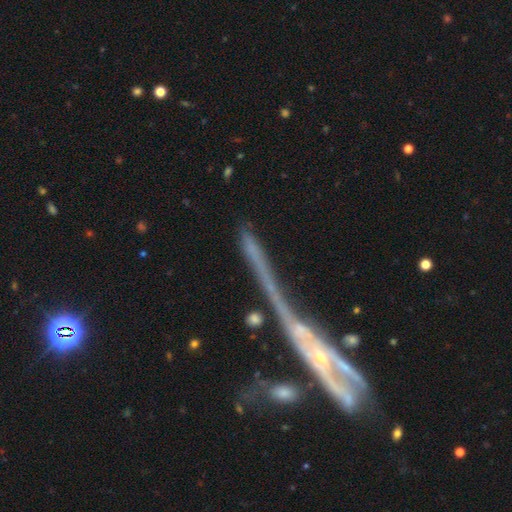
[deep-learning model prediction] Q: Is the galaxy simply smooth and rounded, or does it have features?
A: featured or disk — 63%.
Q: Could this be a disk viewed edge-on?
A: yes — 58%.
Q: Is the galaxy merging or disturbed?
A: none — 35%.